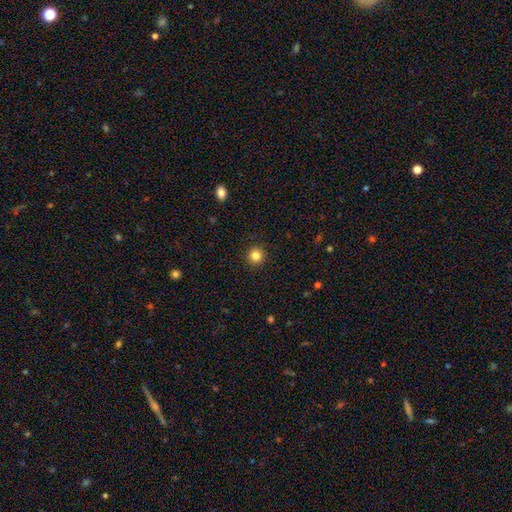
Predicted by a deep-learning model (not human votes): smooth_or_featured: smooth (p=0.83) [alt: star or artifact p=0.12]
how_rounded: round (p=0.95) [alt: in between p=0.04]
merging: none (p=0.92) [alt: minor disturbance p=0.05]